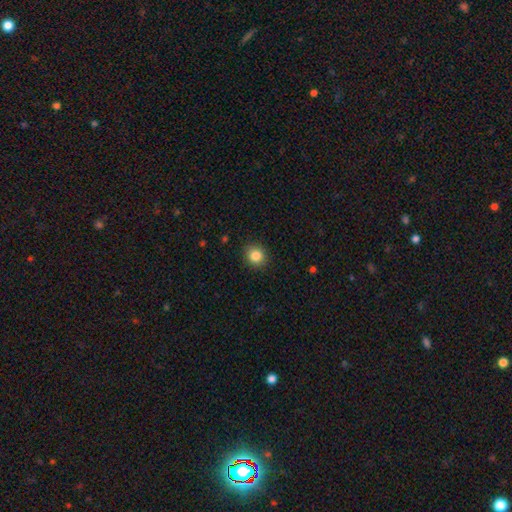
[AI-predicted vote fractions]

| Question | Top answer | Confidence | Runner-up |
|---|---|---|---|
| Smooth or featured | smooth | 84% | star or artifact (10%) |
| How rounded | round | 82% | in between (17%) |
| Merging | none | 90% | minor disturbance (7%) |